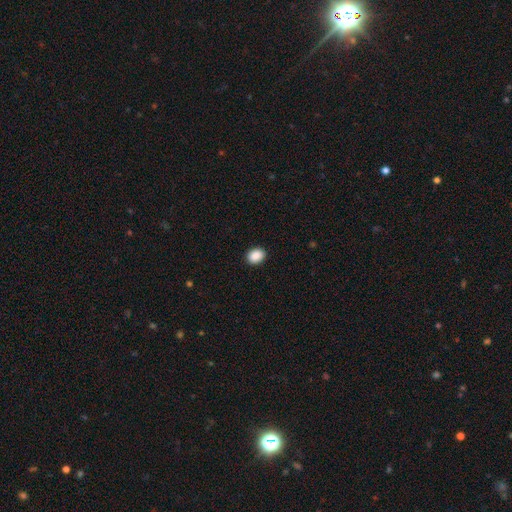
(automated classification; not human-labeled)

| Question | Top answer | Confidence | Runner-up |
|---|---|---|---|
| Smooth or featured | smooth | 90% | star or artifact (8%) |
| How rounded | in between | 60% | round (39%) |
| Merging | none | 91% | minor disturbance (6%) |